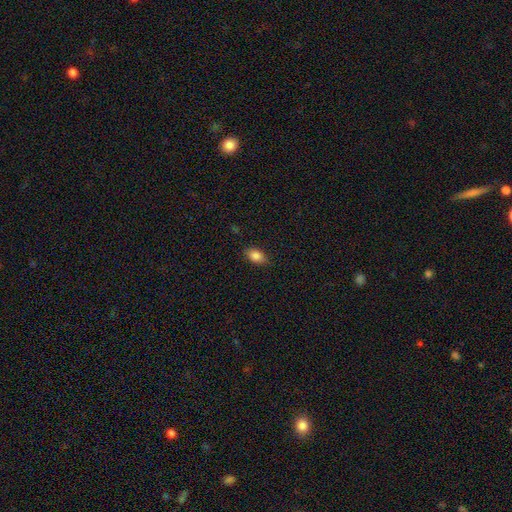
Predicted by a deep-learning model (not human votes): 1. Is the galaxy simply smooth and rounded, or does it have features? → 85% smooth, 8% star or artifact, 6% featured or disk.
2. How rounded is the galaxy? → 88% in between, 9% round, 3% cigar-shaped.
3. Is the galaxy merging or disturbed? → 84% none, 12% minor disturbance, 2% major disturbance, 1% merger.